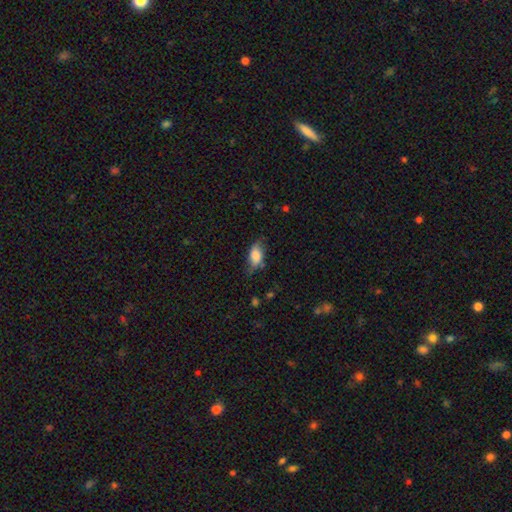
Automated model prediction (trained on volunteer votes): This is likely a smooth galaxy (76%). How rounded: clearly in between (88%). Merging: possibly none (57%).